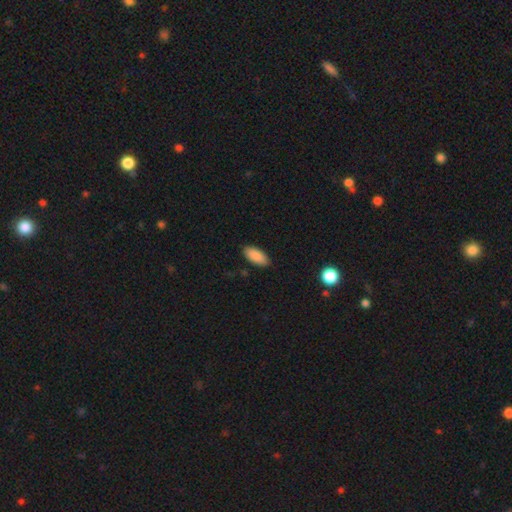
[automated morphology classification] Overall: smooth (90%). How rounded: in between (89%). Merging: none (87%).